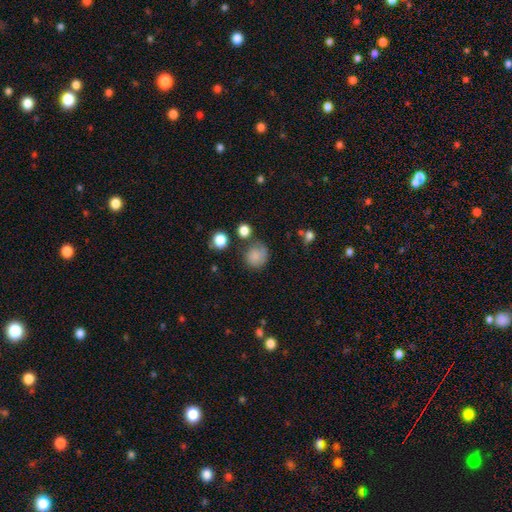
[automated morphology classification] This is likely a smooth galaxy (77%). How rounded: clearly round (82%). Merging: possibly none (60%).